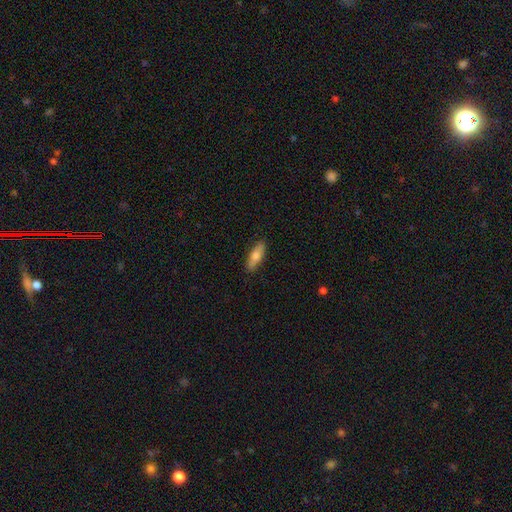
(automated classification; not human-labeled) smooth_or_featured: smooth (p=0.70) [alt: featured or disk p=0.24]
how_rounded: in between (p=0.50) [alt: cigar-shaped p=0.47]
merging: none (p=0.87) [alt: minor disturbance p=0.10]